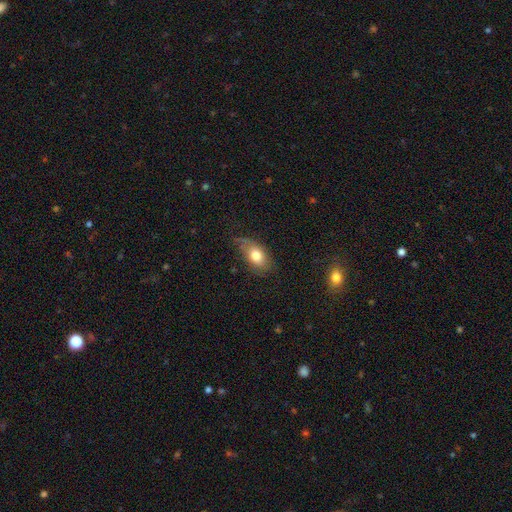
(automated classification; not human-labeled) smooth-or-featured: smooth: 74% | featured or disk: 18% | star or artifact: 8%
  how-rounded: in between: 86% | round: 12% | cigar-shaped: 3%
  merging: none: 59% | minor disturbance: 29% | major disturbance: 10% | merger: 2%